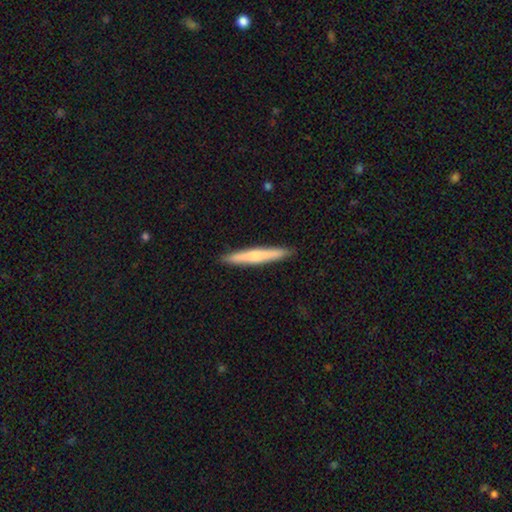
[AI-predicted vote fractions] Q: Smooth or featured?
A: smooth (58%); runner-up: featured or disk (37%)
Q: How rounded?
A: cigar-shaped (96%); runner-up: in between (3%)
Q: Merging?
A: none (92%); runner-up: minor disturbance (6%)